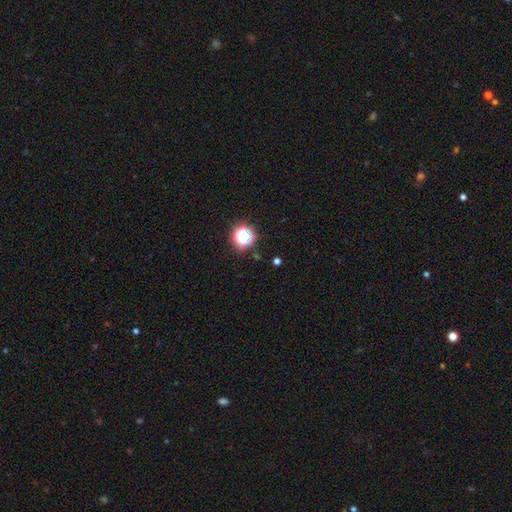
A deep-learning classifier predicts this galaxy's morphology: Smooth or featured? star or artifact (69%)